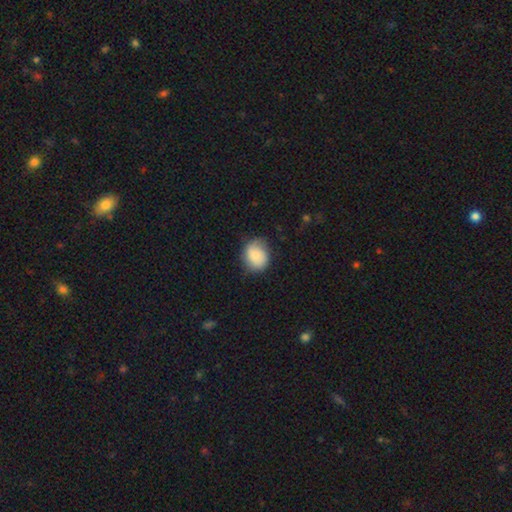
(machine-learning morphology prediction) Smooth or featured? smooth (76%)
How rounded? round (59%)
Merging? none (67%)